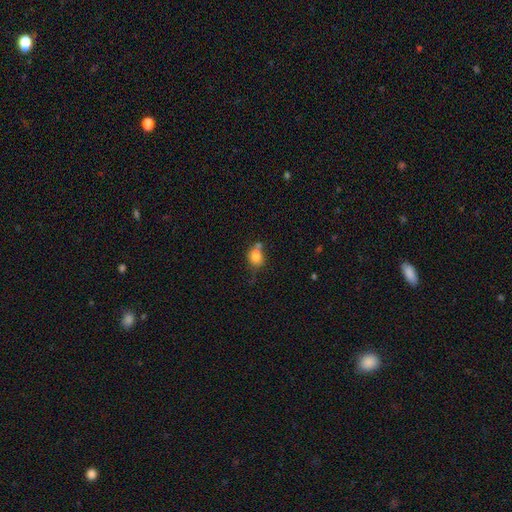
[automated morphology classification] Overall: smooth (79%). How rounded: in between (58%; round 41%). Merging: none (39%; merger 27%).